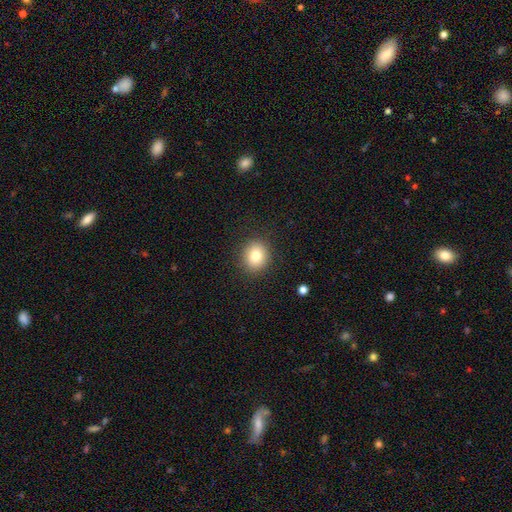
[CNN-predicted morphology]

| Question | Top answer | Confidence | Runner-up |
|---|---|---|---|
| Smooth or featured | smooth | 81% | star or artifact (11%) |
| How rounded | round | 80% | in between (19%) |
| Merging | none | 89% | minor disturbance (7%) |